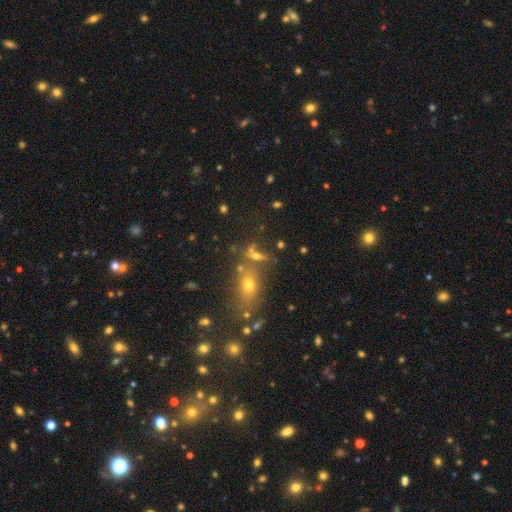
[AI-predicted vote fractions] This appears to be a smooth galaxy with no disk features (53%) that is in between round and cigar-shaped (52%). Merging: none (54%).